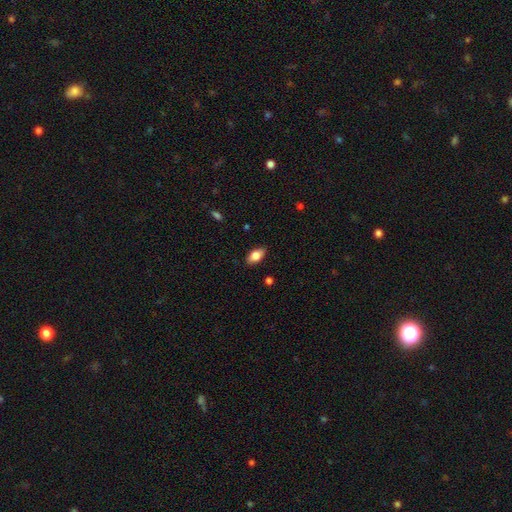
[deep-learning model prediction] Morphology: type=smooth (81%); roundness=in between (91%); merging=none (87%).